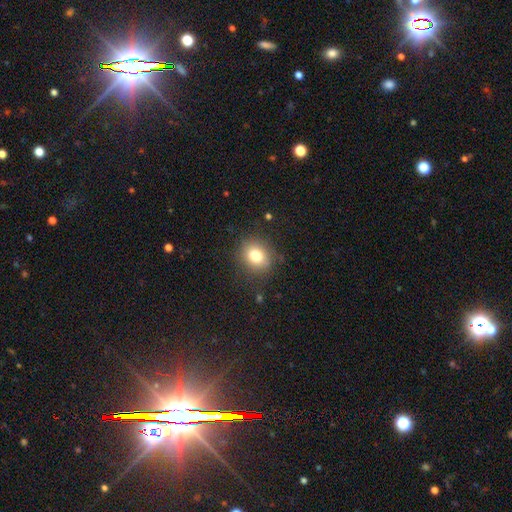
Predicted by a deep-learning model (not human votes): Morphology: type=smooth (79%); roundness=round (72%); merging=none (85%).